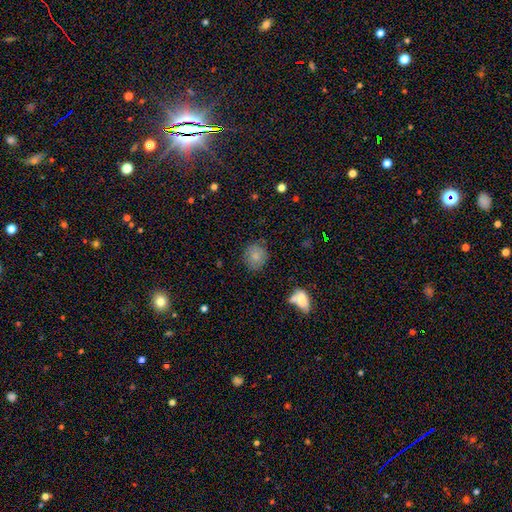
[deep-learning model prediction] A smooth galaxy with no disk features (81%) that is round (79%).

Vote fractions:
- Smooth or featured? smooth: 81% / featured or disk: 11% / star or artifact: 8%
- How rounded? round: 79% / in between: 19% / cigar-shaped: 1%
- Merging? none: 80% / minor disturbance: 14% / major disturbance: 3% / merger: 3%